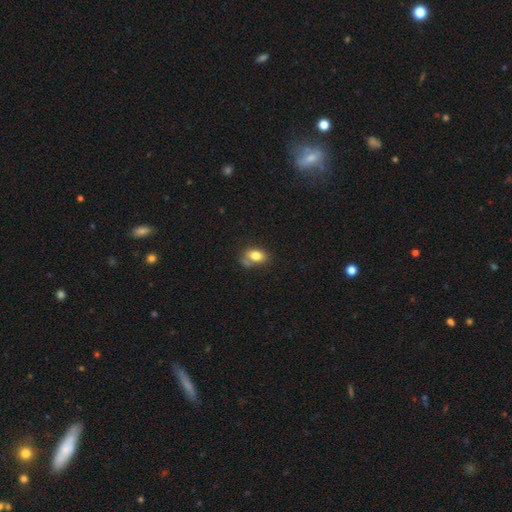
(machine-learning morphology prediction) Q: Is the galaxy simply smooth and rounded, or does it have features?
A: smooth — 78%.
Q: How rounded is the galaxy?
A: in between — 79%.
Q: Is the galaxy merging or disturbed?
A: none — 50%.